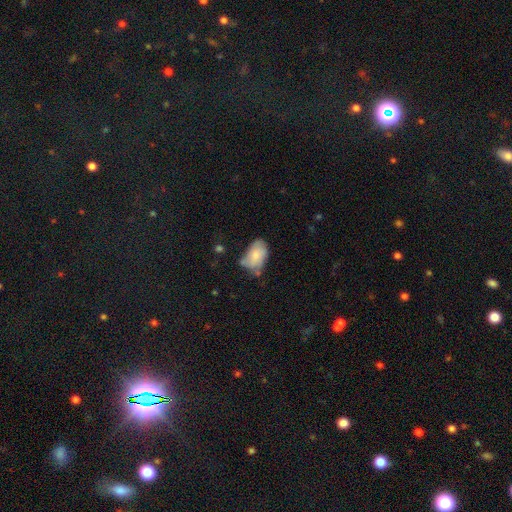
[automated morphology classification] Smooth or featured? smooth (71%)
How rounded? in between (90%)
Merging? none (39%)